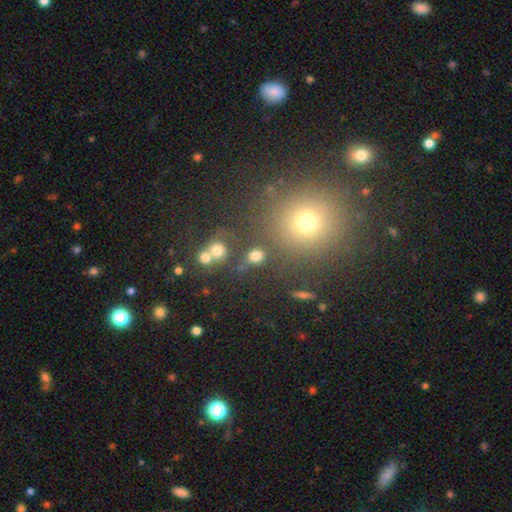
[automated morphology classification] A smooth galaxy with no disk features (75%) that is round (63%). Merging: none (61%).